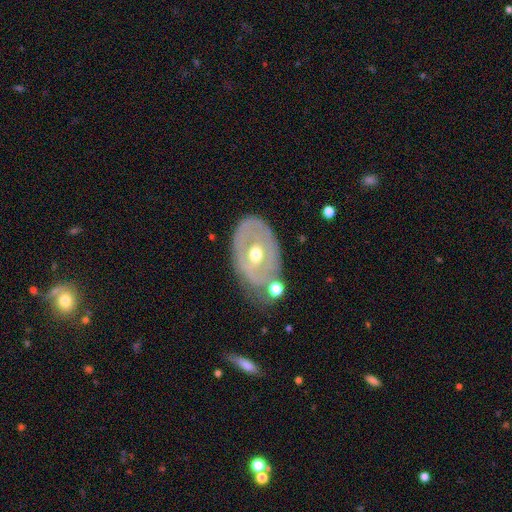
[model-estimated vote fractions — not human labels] Smooth or featured? Predicted: featured or disk (p=0.71). Edge-on disk? Predicted: no (p=0.91). Bar? Predicted: no (p=0.68). Spiral arms? Predicted: no (p=0.62). Bulge size? Predicted: moderate (p=0.73). Merging? Predicted: none (p=0.62).